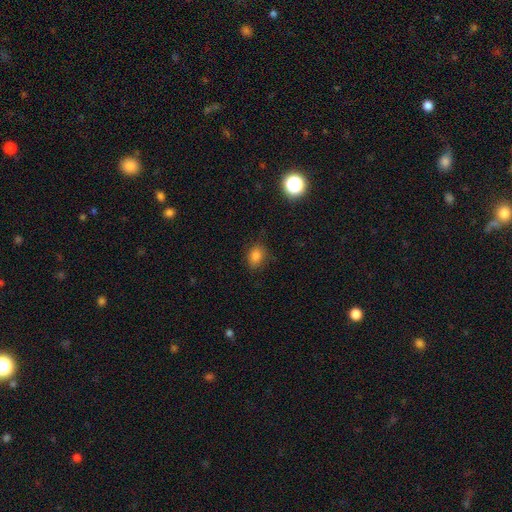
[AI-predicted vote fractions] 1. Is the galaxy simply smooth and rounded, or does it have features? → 82% smooth, 13% star or artifact, 6% featured or disk.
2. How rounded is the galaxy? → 63% in between, 35% round, 1% cigar-shaped.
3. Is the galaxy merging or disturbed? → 77% none, 17% minor disturbance, 4% major disturbance, 1% merger.